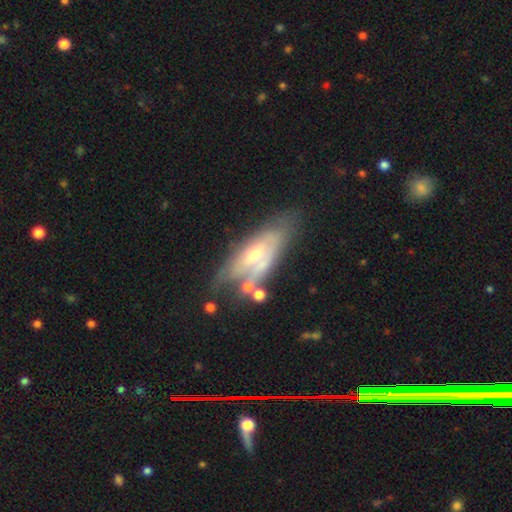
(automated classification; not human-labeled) smooth_or_featured: featured or disk (p=0.65) [alt: smooth p=0.27]
disk_edge_on: no (p=0.69) [alt: yes p=0.31]
merging: none (p=0.50) [alt: minor disturbance p=0.25]